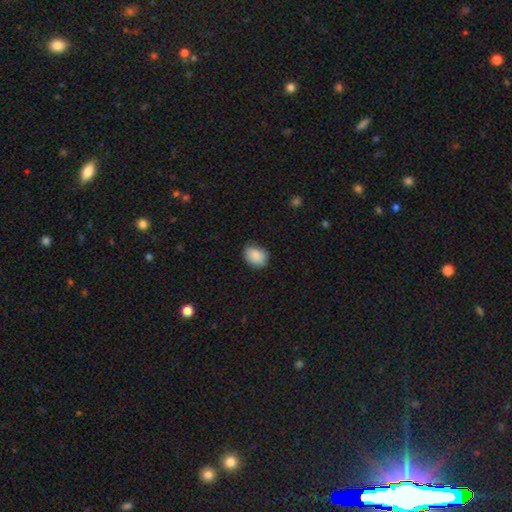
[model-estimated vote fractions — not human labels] smooth_or_featured: smooth (p=0.87) [alt: star or artifact p=0.07]
how_rounded: in between (p=0.66) [alt: round p=0.34]
merging: none (p=0.74) [alt: minor disturbance p=0.21]